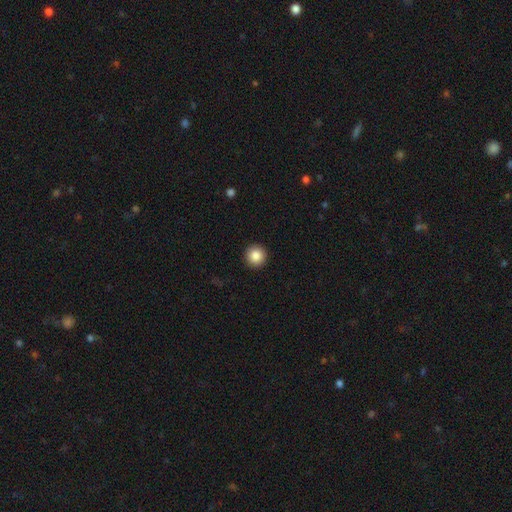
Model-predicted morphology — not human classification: Smooth or featured?
  - smooth: 86% *
  - star or artifact: 9%
  - featured or disk: 5%
How rounded?
  - round: 96% *
  - in between: 3%
  - cigar-shaped: 1%
Merging?
  - none: 93% *
  - minor disturbance: 4%
  - major disturbance: 2%
  - merger: 1%